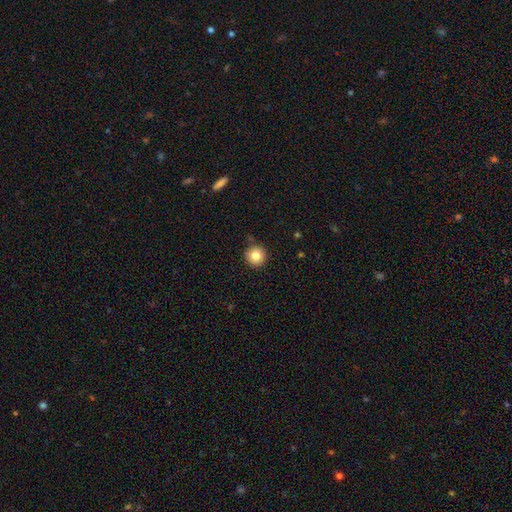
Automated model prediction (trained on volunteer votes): Q: Smooth or featured?
A: smooth (82%); runner-up: star or artifact (11%)
Q: How rounded?
A: round (95%); runner-up: in between (4%)
Q: Merging?
A: none (88%); runner-up: minor disturbance (8%)